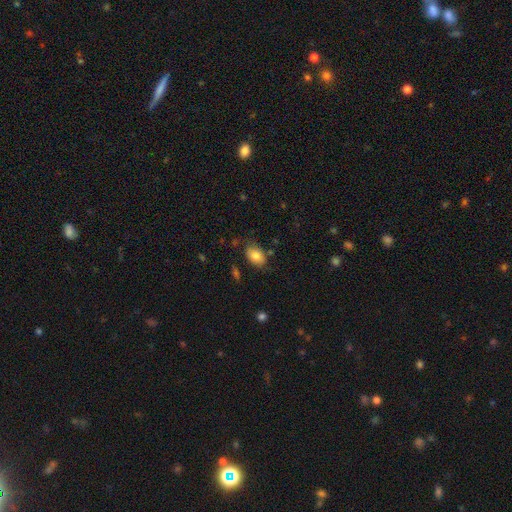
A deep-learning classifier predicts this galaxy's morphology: smooth_or_featured: smooth (p=0.81) [alt: featured or disk p=0.12]
how_rounded: in between (p=0.88) [alt: round p=0.10]
merging: none (p=0.75) [alt: minor disturbance p=0.18]